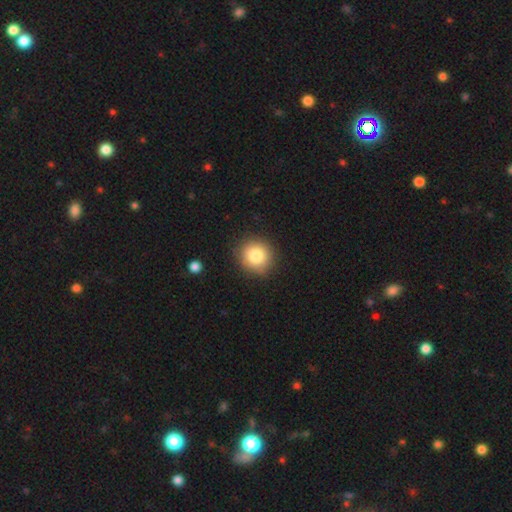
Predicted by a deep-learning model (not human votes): smooth 82%, star or artifact 10%, featured or disk 8%. Down the decision tree: how rounded — round (91%); merging — none (88%).